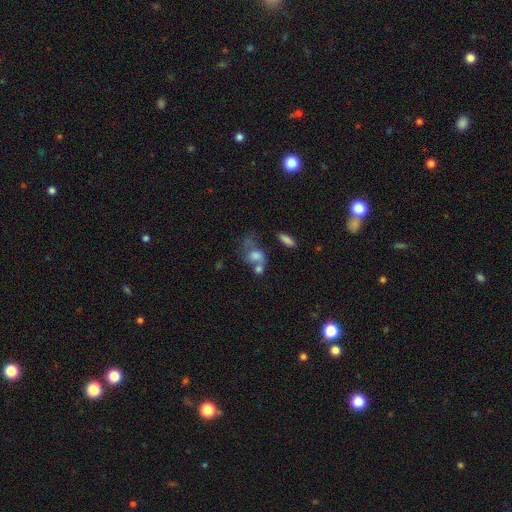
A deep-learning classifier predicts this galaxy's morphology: Smooth or featured? Predicted: smooth (p=0.63). How rounded? Predicted: in between (p=0.66). Merging? Predicted: merger (p=0.37).